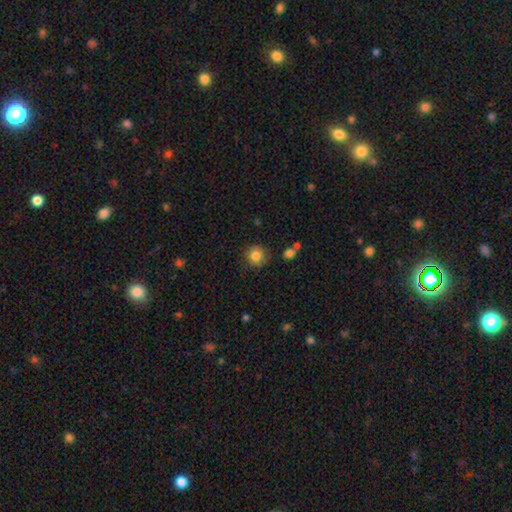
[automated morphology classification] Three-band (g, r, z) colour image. It shows a smooth galaxy with no disk features (83%) that is round (91%). Merging: none (84%).